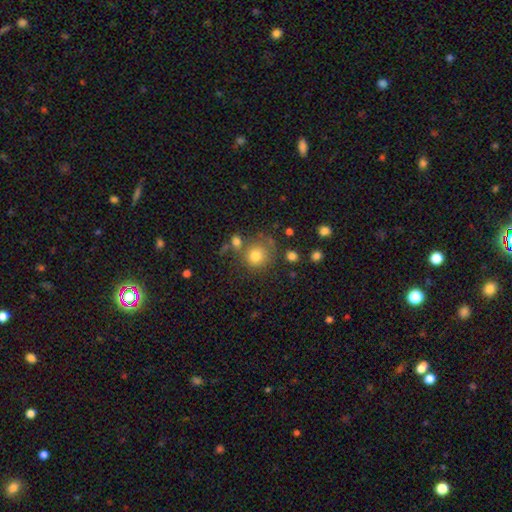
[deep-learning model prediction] smooth_or_featured: smooth (p=0.79) [alt: star or artifact p=0.11]
how_rounded: round (p=0.86) [alt: in between p=0.13]
merging: none (p=0.62) [alt: minor disturbance p=0.15]